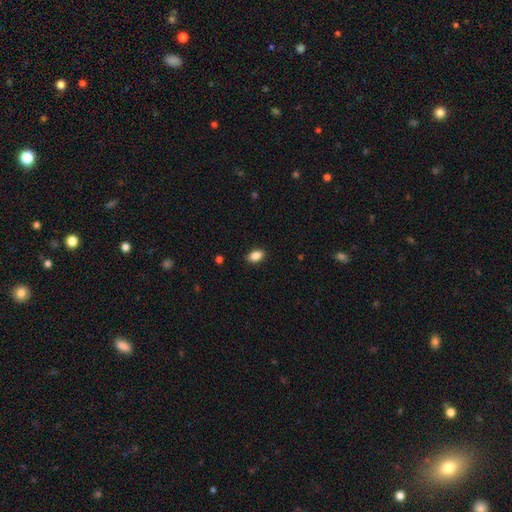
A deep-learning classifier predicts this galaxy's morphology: A smooth galaxy with no disk features (88%) that is in between round and cigar-shaped (88%). Merging: none (89%).